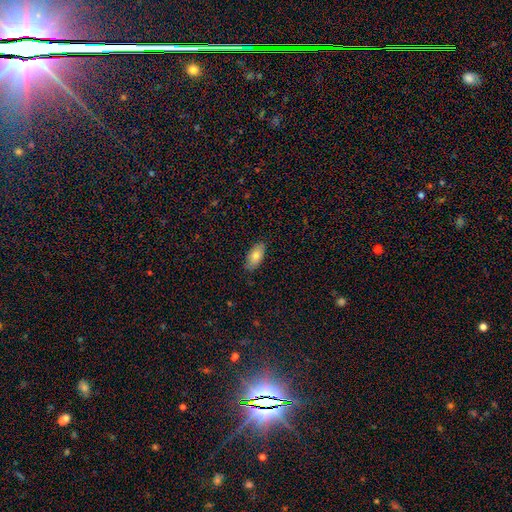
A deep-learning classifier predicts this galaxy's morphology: A smooth galaxy with no disk features (79%) that is in between round and cigar-shaped (91%).

Vote fractions:
- Smooth or featured? smooth: 79% / featured or disk: 14% / star or artifact: 7%
- How rounded? in between: 91% / cigar-shaped: 6% / round: 3%
- Merging? none: 84% / minor disturbance: 13% / major disturbance: 2% / merger: 1%